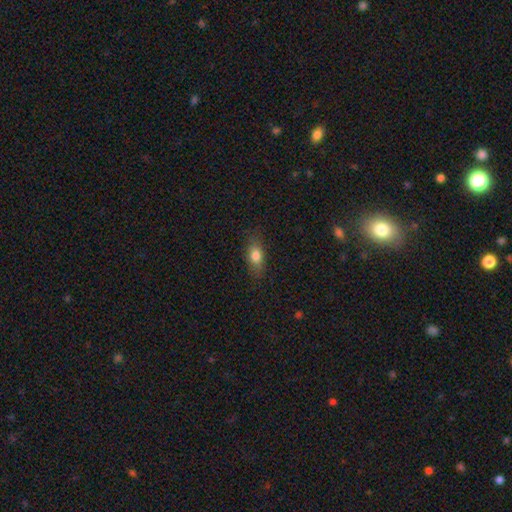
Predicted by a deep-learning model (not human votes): Smooth or featured? smooth (79%)
How rounded? in between (79%)
Merging? none (81%)